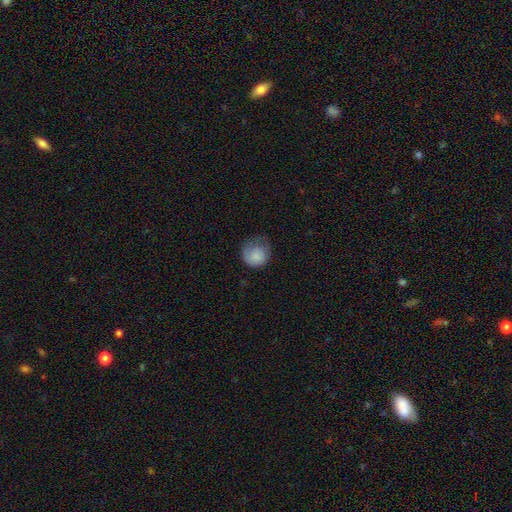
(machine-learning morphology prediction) Q: Smooth or featured?
A: smooth (80%); runner-up: featured or disk (13%)
Q: How rounded?
A: round (82%); runner-up: in between (17%)
Q: Merging?
A: none (41%); runner-up: minor disturbance (34%)